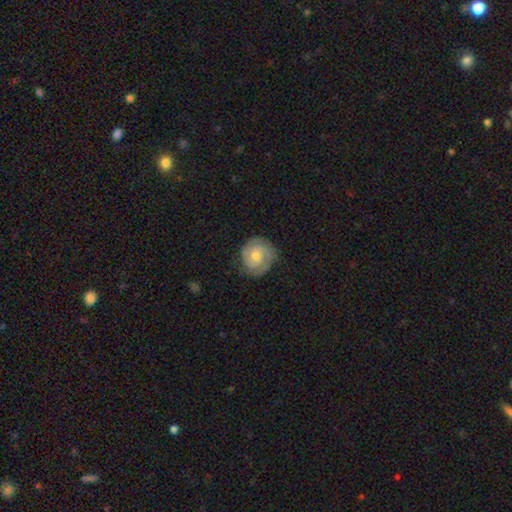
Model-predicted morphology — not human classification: A featured or disk galaxy (71%) with no bar (69%), 2 (56%) tight (67%) spiral arms (93%) and a moderate central bulge (55%). Merging: none (80%).